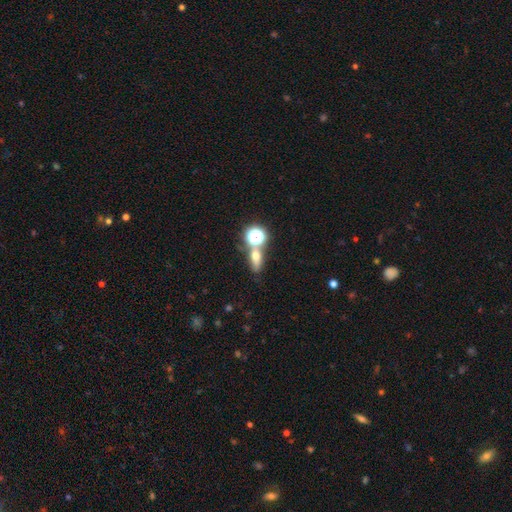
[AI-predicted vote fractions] smooth_or_featured: smooth (p=0.54) [alt: star or artifact p=0.24]
how_rounded: in between (p=0.52) [alt: round p=0.29]
merging: none (p=0.57) [alt: merger p=0.25]